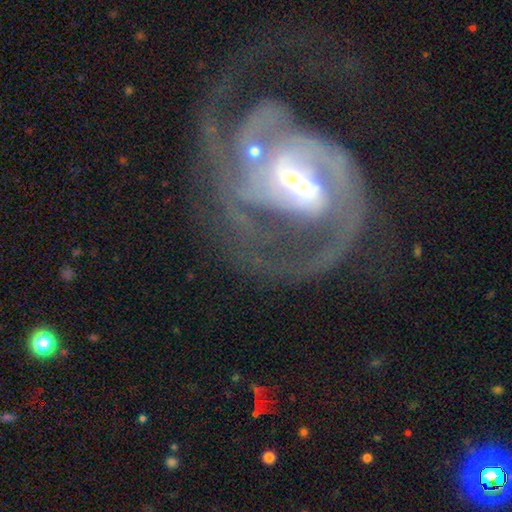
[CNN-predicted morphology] Smooth or featured? Predicted: featured or disk (p=0.88). Edge-on disk? Predicted: no (p=0.97). Bar? Predicted: strong (p=0.43). Spiral arms? Predicted: yes (p=0.94). Spiral winding? Predicted: medium (p=0.43). Spiral arm count? Predicted: 2 (p=0.48). Bulge size? Predicted: small (p=0.44). Merging? Predicted: major disturbance (p=0.37).